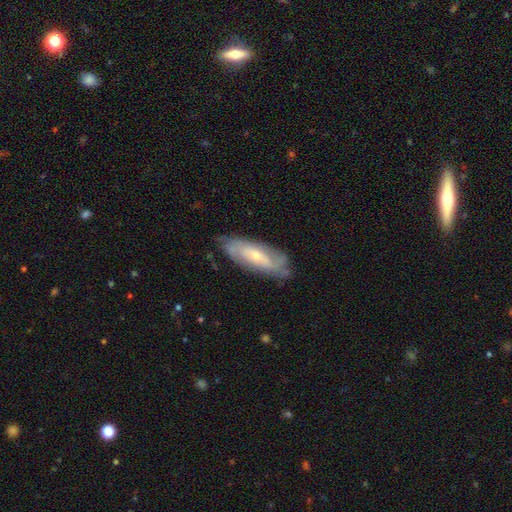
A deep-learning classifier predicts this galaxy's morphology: Smooth or featured?
  - featured or disk: 70% *
  - smooth: 24%
  - star or artifact: 6%
Edge-on disk?
  - no: 83% *
  - yes: 17%
Bar?
  - no: 59% *
  - weak: 31%
  - strong: 11%
Spiral arms?
  - yes: 85% *
  - no: 15%
Bulge size?
  - small: 66% *
  - moderate: 30%
  - large: 2%
  - none: 1%
  - dominant: 1%
Merging?
  - none: 75% *
  - minor disturbance: 19%
  - major disturbance: 5%
  - merger: 1%